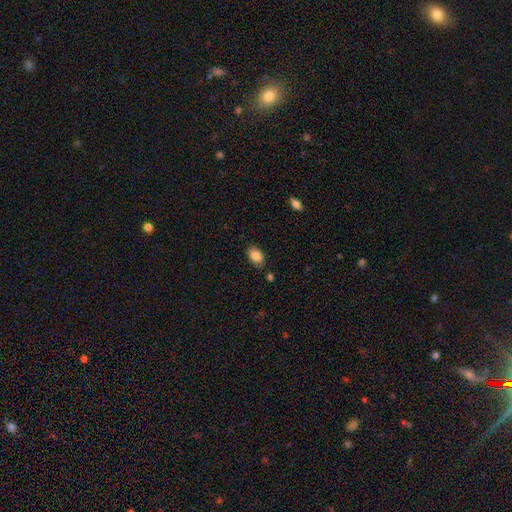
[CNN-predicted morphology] A smooth galaxy with no disk features (86%) that is in between round and cigar-shaped (87%).

Vote fractions:
- Smooth or featured? smooth: 86% / star or artifact: 8% / featured or disk: 6%
- How rounded? in between: 87% / round: 12% / cigar-shaped: 1%
- Merging? none: 81% / minor disturbance: 14% / merger: 3% / major disturbance: 3%